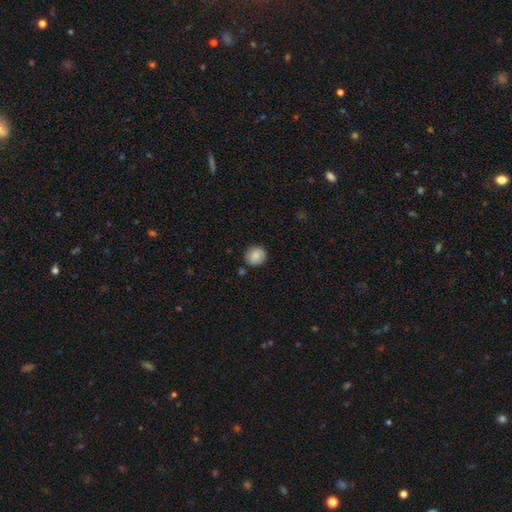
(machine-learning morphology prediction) Smooth or featured: smooth — 84% (featured or disk — 8%)
How rounded: round — 85% (in between — 14%)
Merging: none — 84% (minor disturbance — 11%)